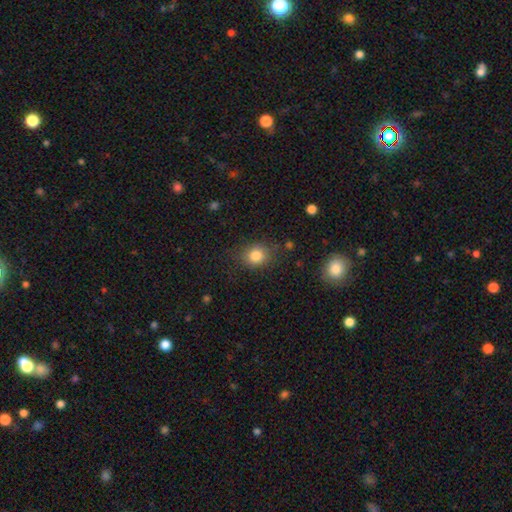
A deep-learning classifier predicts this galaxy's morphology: Smooth or featured? Predicted: smooth (p=0.82). How rounded? Predicted: round (p=0.67). Merging? Predicted: none (p=0.80).